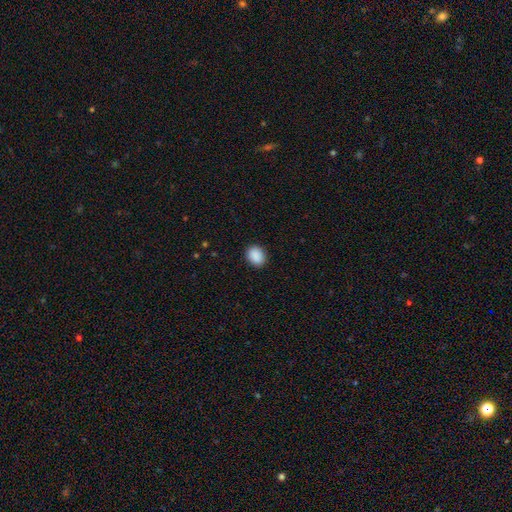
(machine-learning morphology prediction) Smooth or featured? Predicted: smooth (p=0.90). How rounded? Predicted: in between (p=0.56). Merging? Predicted: none (p=0.89).